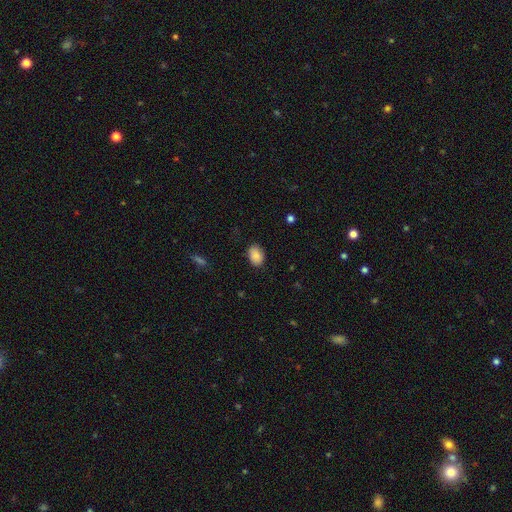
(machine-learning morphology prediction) Q: Smooth or featured?
A: smooth (87%); runner-up: star or artifact (8%)
Q: How rounded?
A: in between (81%); runner-up: round (18%)
Q: Merging?
A: none (84%); runner-up: minor disturbance (12%)